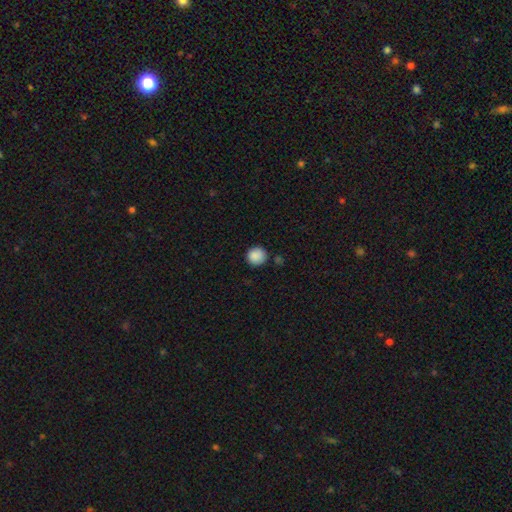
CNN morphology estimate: type=smooth (88%); roundness=round (91%); merging=none (82%).